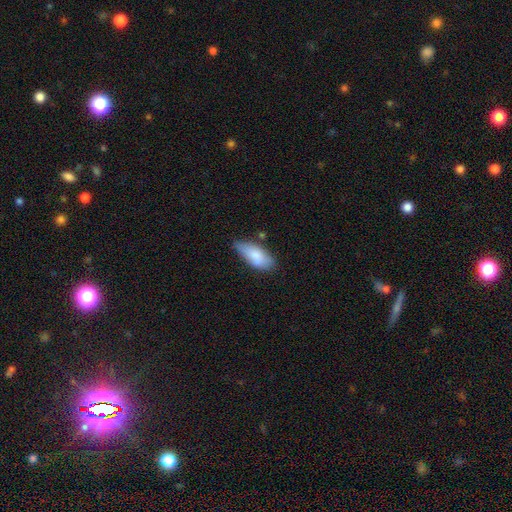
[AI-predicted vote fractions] A smooth galaxy with no disk features (80%) that is in between round and cigar-shaped (87%). Merging: none (58%).